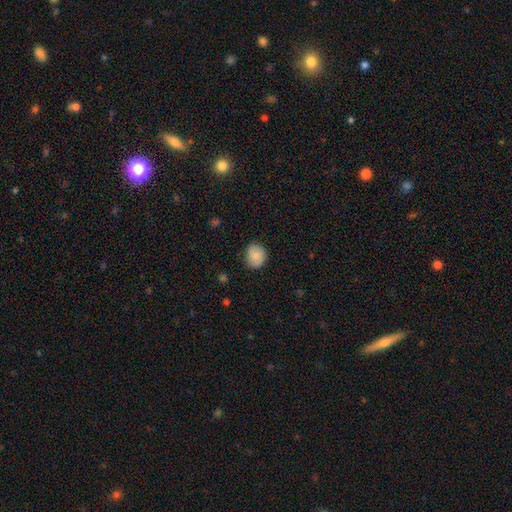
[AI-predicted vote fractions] A smooth galaxy with no disk features (85%) that is round (71%).

Vote fractions:
- Smooth or featured? smooth: 85% / featured or disk: 8% / star or artifact: 7%
- How rounded? round: 71% / in between: 28% / cigar-shaped: 1%
- Merging? none: 83% / minor disturbance: 13% / major disturbance: 3% / merger: 1%